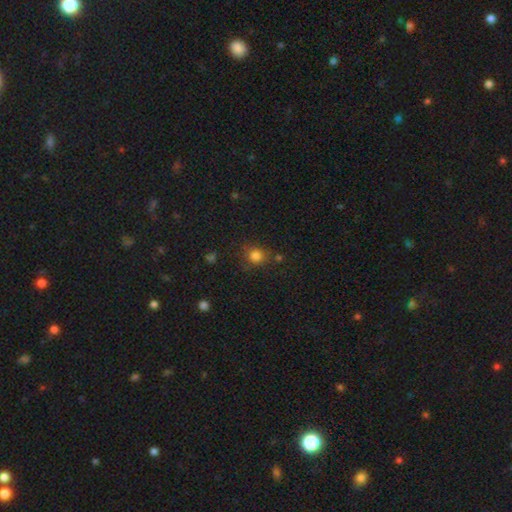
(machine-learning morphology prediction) Smooth or featured? smooth (81%)
How rounded? round (85%)
Merging? none (77%)